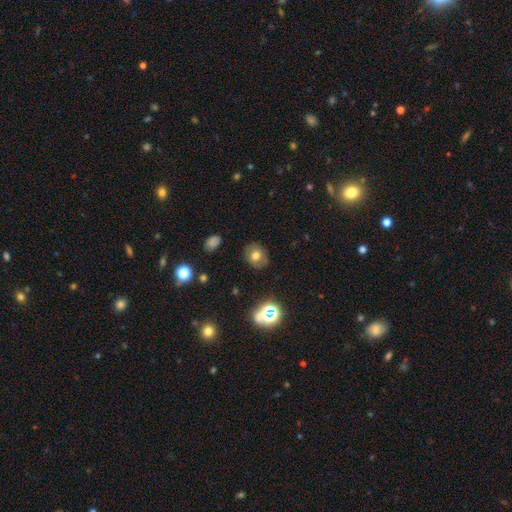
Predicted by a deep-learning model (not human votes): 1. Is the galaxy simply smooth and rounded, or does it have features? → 68% smooth, 17% star or artifact, 16% featured or disk.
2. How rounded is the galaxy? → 68% round, 31% in between, 1% cigar-shaped.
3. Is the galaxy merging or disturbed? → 83% none, 12% minor disturbance, 4% major disturbance, 2% merger.